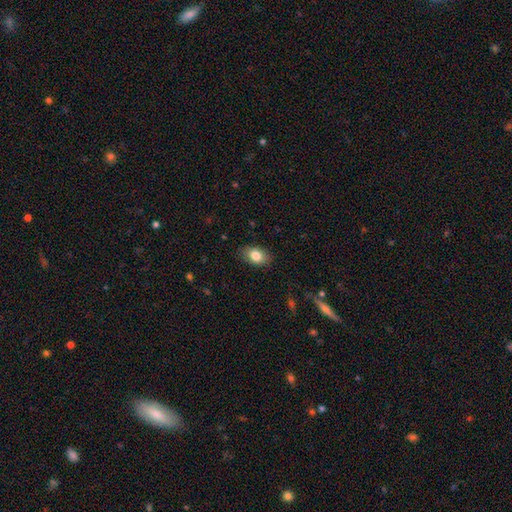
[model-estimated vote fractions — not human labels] smooth-or-featured: smooth: 83% | featured or disk: 10% | star or artifact: 7%
  how-rounded: in between: 87% | round: 12% | cigar-shaped: 1%
  merging: none: 85% | minor disturbance: 11% | major disturbance: 2% | merger: 1%